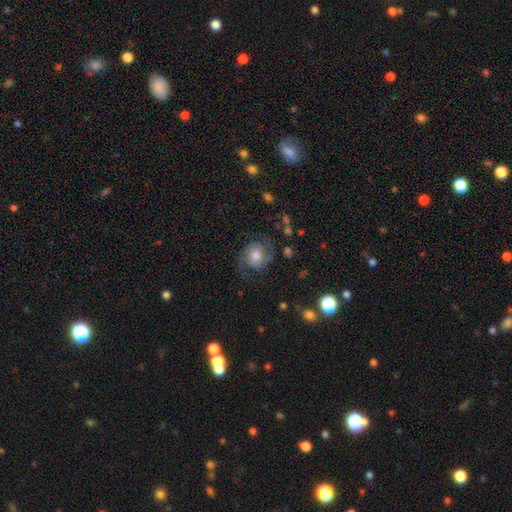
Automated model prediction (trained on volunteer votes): smooth-or-featured: featured or disk: 82% | smooth: 11% | star or artifact: 7%
  disk-edge-on: no: 98% | yes: 2%
    bar: no: 66% | weak: 28% | strong: 6%
    has-spiral-arms: yes: 96% | no: 4%
      spiral-winding: medium: 54% | tight: 28% | loose: 18%
      spiral-arm-count: 2: 93% | can't tell: 3% | 3: 1% | 1: 1% | 4: 1% | more than 4: 1%
    bulge-size: moderate: 62% | large: 17% | small: 16% | none: 3% | dominant: 2%
  merging: none: 78% | minor disturbance: 13% | major disturbance: 8% | merger: 1%